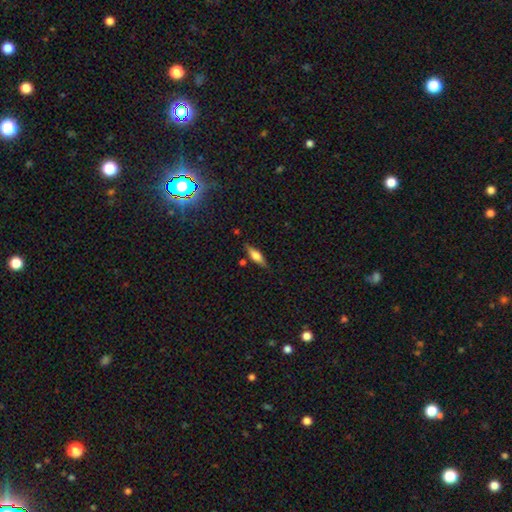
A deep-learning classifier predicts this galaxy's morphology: A smooth galaxy with no disk features (51%) that is cigar-shaped (53%).

Vote fractions:
- Smooth or featured? smooth: 51% / featured or disk: 41% / star or artifact: 8%
- How rounded? cigar-shaped: 53% / in between: 44% / round: 3%
- Merging? none: 80% / minor disturbance: 13% / merger: 4% / major disturbance: 3%